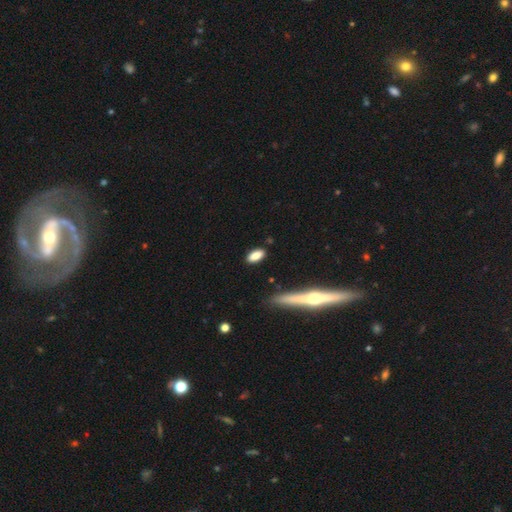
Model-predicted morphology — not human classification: smooth 85%, featured or disk 7%, star or artifact 7%. Down the decision tree: how rounded — in between (85%); merging — none (85%).